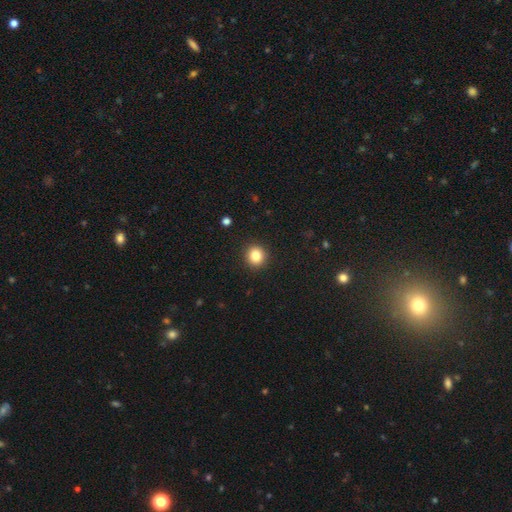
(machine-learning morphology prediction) The model was most divided on "smooth or featured": smooth: 84%, star or artifact: 11%, featured or disk: 5%. More confident: merging — none (92%); how rounded — round (89%).